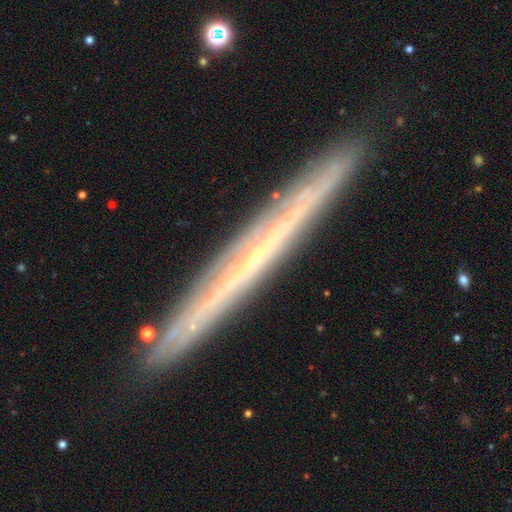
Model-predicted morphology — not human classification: smooth-or-featured: featured or disk: 75% | smooth: 18% | star or artifact: 7%
  disk-edge-on: yes: 95% | no: 5%
    edge-on-bulge: none: 76% | rounded: 21% | boxy: 4%
  merging: none: 89% | minor disturbance: 8% | major disturbance: 1% | merger: 1%